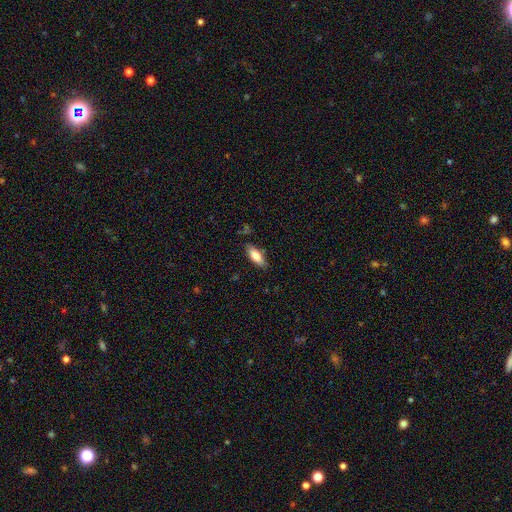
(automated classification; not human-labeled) Smooth or featured?
  - smooth: 78% *
  - featured or disk: 16%
  - star or artifact: 6%
How rounded?
  - in between: 71% *
  - cigar-shaped: 27%
  - round: 2%
Merging?
  - none: 80% *
  - minor disturbance: 15%
  - major disturbance: 3%
  - merger: 2%